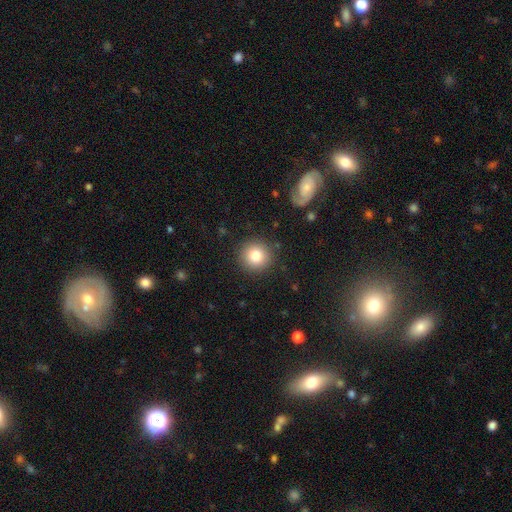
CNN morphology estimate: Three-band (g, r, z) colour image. It shows a smooth galaxy with no disk features (81%) that is round (94%). Merging: none (90%).